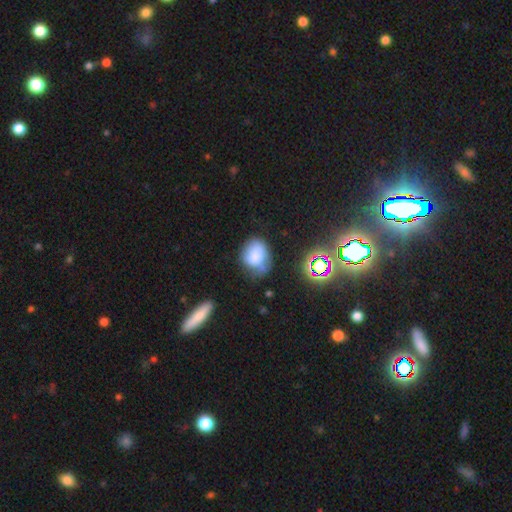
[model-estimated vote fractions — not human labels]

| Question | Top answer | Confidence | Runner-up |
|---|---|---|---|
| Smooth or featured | smooth | 67% | featured or disk (20%) |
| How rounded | in between | 53% | round (46%) |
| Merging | none | 42% | minor disturbance (35%) |